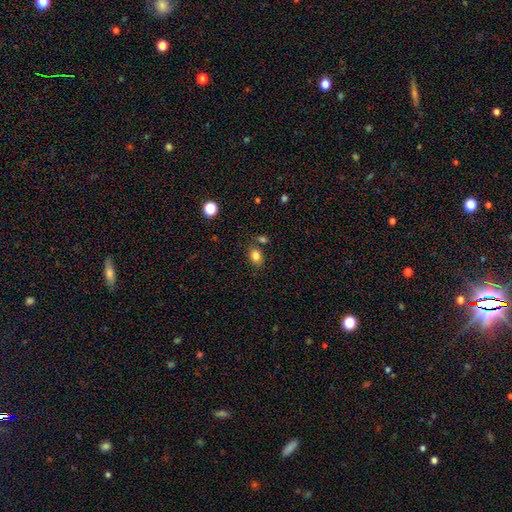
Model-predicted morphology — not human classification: This appears to be a smooth galaxy with no disk features (83%) that is in between round and cigar-shaped (60%). Merging: none (72%).